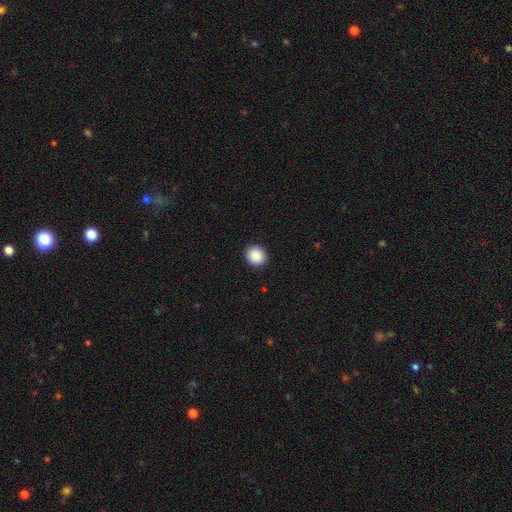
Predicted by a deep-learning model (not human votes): This appears to be a smooth galaxy with no disk features (90%) that is round (88%). Merging: none (93%).